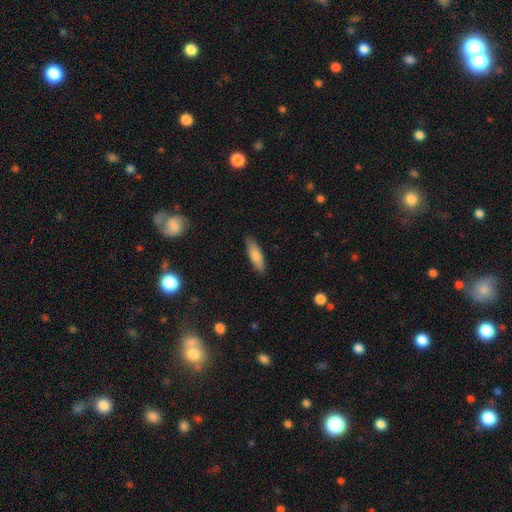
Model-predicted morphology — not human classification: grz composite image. It shows a smooth galaxy with no disk features (76%) that is cigar-shaped (56%). Merging: none (87%).